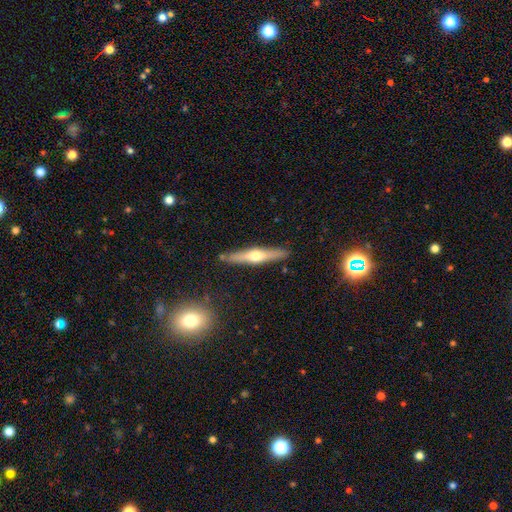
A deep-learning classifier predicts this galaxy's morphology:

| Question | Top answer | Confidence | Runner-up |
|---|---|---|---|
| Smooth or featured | featured or disk | 62% | smooth (32%) |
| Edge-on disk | yes | 95% | no (5%) |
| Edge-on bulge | rounded | 92% | none (5%) |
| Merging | none | 87% | minor disturbance (9%) |